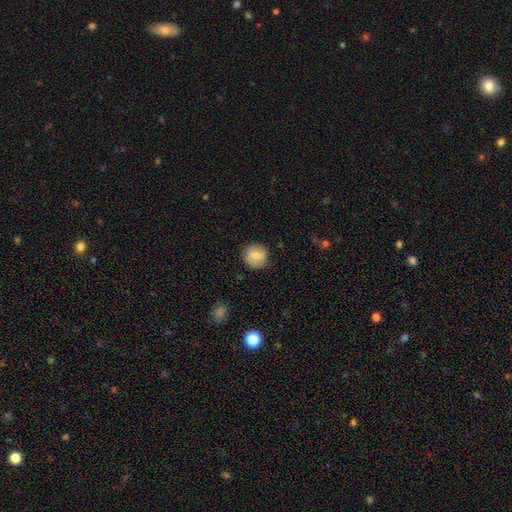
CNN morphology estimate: smooth-or-featured: smooth: 69% | featured or disk: 23% | star or artifact: 7%
  how-rounded: round: 92% | in between: 7% | cigar-shaped: 1%
  merging: none: 86% | minor disturbance: 10% | major disturbance: 3% | merger: 1%